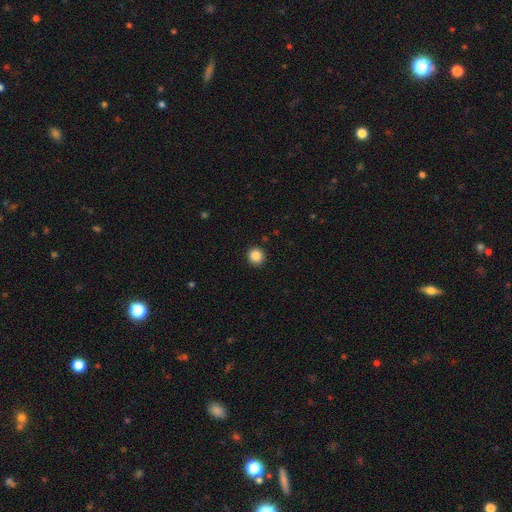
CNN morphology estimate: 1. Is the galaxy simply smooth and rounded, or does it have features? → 87% smooth, 10% star or artifact, 3% featured or disk.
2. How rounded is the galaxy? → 93% round, 6% in between, 1% cigar-shaped.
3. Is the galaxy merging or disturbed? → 92% none, 5% minor disturbance, 2% major disturbance, 1% merger.